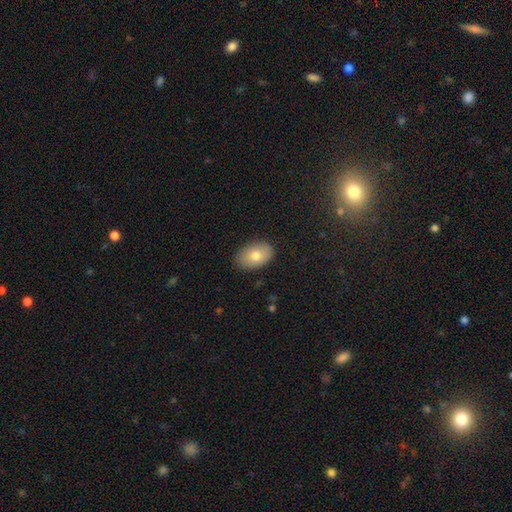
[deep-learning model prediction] A smooth galaxy with no disk features (77%) that is in between round and cigar-shaped (88%).

Vote fractions:
- Smooth or featured? smooth: 77% / featured or disk: 16% / star or artifact: 7%
- How rounded? in between: 88% / round: 11% / cigar-shaped: 1%
- Merging? none: 87% / minor disturbance: 10% / major disturbance: 2% / merger: 1%